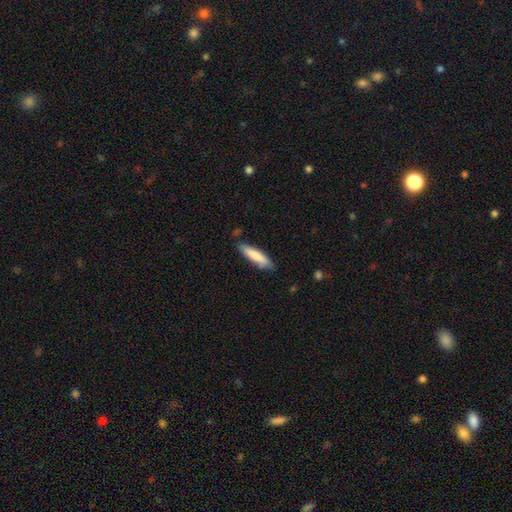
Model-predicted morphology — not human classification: The model was most divided on "how rounded": cigar-shaped: 78%, in between: 20%, round: 1%. More confident: smooth or featured — smooth (82%); merging — none (79%).